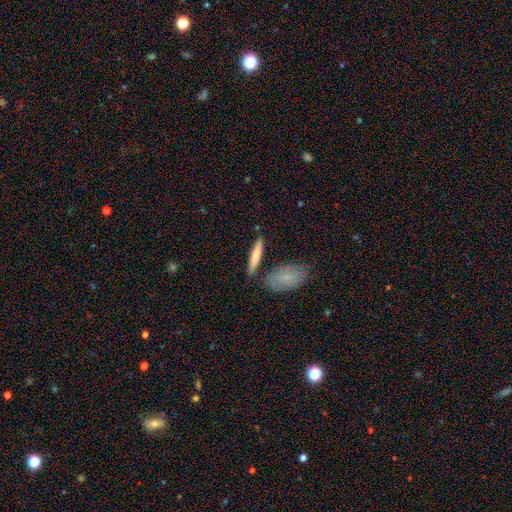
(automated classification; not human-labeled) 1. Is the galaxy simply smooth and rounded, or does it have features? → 73% smooth, 22% featured or disk, 5% star or artifact.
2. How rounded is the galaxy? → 84% cigar-shaped, 14% in between, 2% round.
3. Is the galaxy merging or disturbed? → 79% none, 11% minor disturbance, 7% merger, 3% major disturbance.